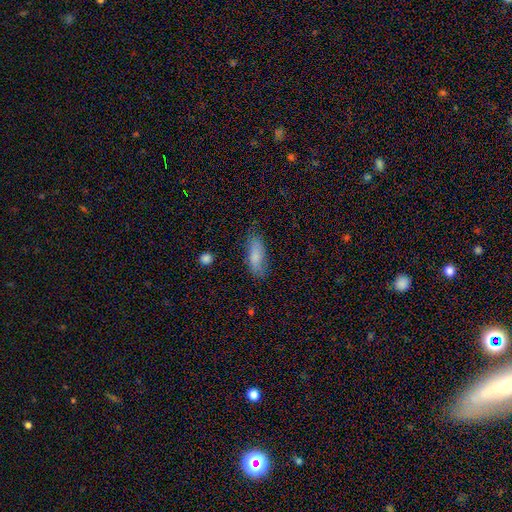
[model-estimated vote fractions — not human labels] A smooth galaxy with no disk features (81%) that is in between round and cigar-shaped (70%). Merging: none (74%).